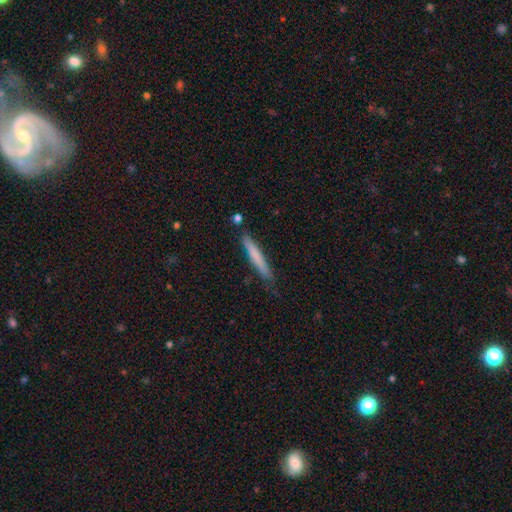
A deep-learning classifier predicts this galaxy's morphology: smooth_or_featured: smooth (p=0.69) [alt: featured or disk p=0.25]
how_rounded: cigar-shaped (p=0.96) [alt: in between p=0.03]
merging: none (p=0.79) [alt: minor disturbance p=0.15]